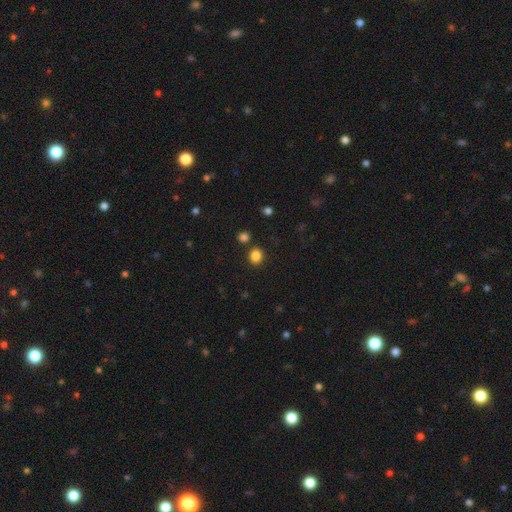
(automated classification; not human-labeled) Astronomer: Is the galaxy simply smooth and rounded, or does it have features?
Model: smooth — 85%.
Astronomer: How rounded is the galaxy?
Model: round — 66%.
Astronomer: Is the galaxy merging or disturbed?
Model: none — 83%.